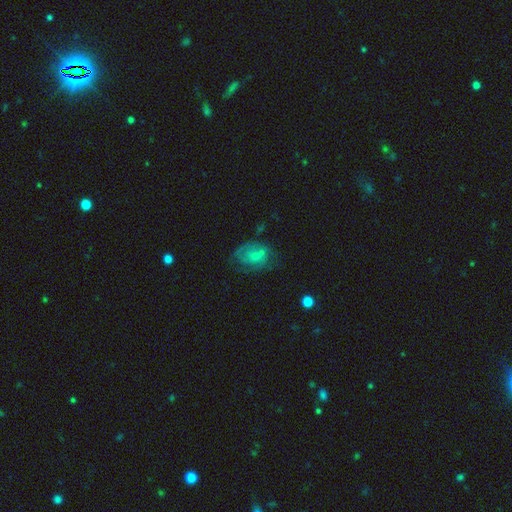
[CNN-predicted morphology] type=smooth (47%); merging=none (41%).